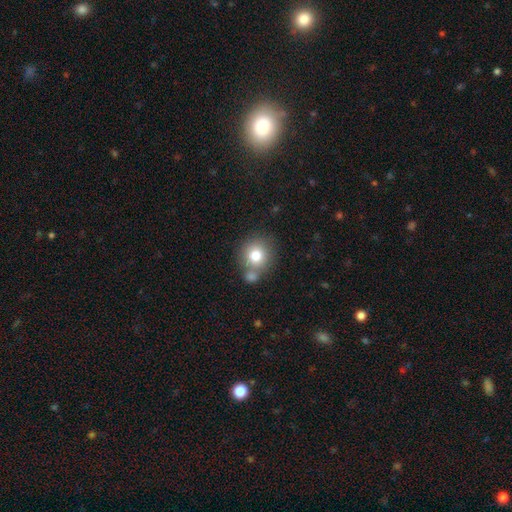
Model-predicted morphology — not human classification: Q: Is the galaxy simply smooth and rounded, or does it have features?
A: smooth — 77%.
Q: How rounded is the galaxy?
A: round — 87%.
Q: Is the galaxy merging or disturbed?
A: none — 60%.